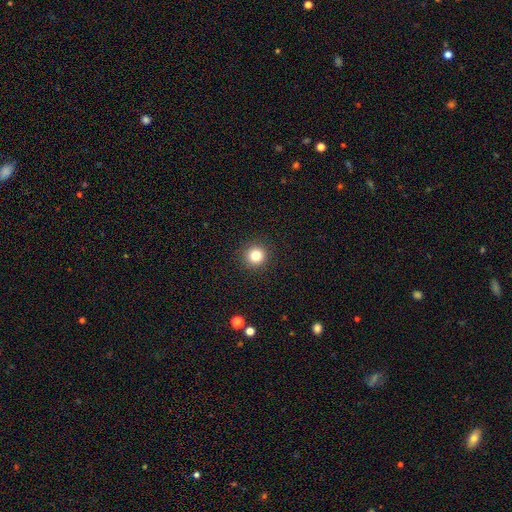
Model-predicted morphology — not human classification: smooth-or-featured: smooth: 82% | star or artifact: 12% | featured or disk: 6%
  how-rounded: round: 95% | in between: 5% | cigar-shaped: 1%
  merging: none: 92% | minor disturbance: 5% | major disturbance: 2% | merger: 1%